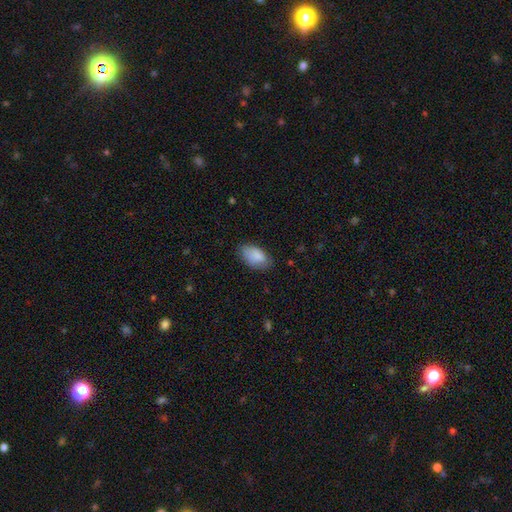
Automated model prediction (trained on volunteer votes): Smooth or featured? Predicted: smooth (p=0.87). How rounded? Predicted: in between (p=0.94). Merging? Predicted: none (p=0.72).